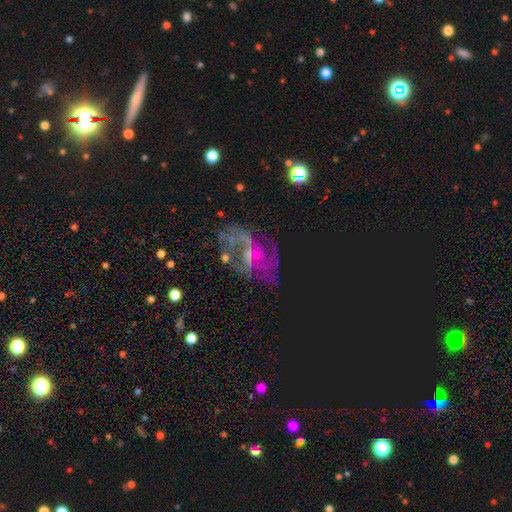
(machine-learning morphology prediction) A featured or disk galaxy (73%) with no bar (48%), medium (44%) spiral arms (79%) and a small central bulge (41%).

Vote fractions:
- Smooth or featured? featured or disk: 73% / star or artifact: 17% / smooth: 10%
- Edge-on disk? no: 97% / yes: 3%
- Bar? no: 48% / weak: 41% / strong: 11%
- Spiral arms? yes: 79% / no: 21%
- Spiral winding? medium: 44% / loose: 32% / tight: 25%
- Spiral arm count? can't tell: 36% / 2: 26% / 3: 16% / 4: 8% / 1: 7% / more than 4: 7%
- Bulge size? small: 41% / none: 40% / moderate: 15% / large: 2% / dominant: 1%
- Merging? none: 53% / major disturbance: 24% / minor disturbance: 18% / merger: 5%